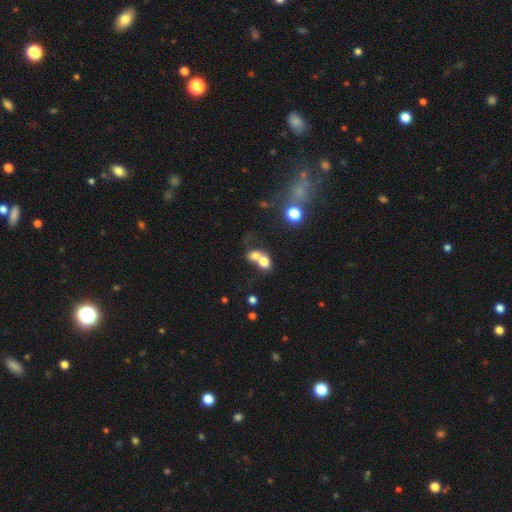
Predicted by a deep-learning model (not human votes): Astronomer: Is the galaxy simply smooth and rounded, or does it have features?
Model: smooth — 68%.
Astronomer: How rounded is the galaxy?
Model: round — 50% (runner-up: in between, 48%).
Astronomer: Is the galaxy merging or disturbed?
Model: merger — 66%.